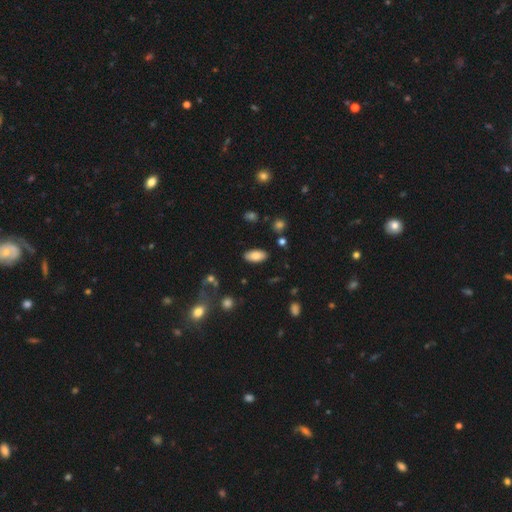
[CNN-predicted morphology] Smooth or featured? Predicted: smooth (p=0.83). How rounded? Predicted: in between (p=0.92). Merging? Predicted: none (p=0.85).